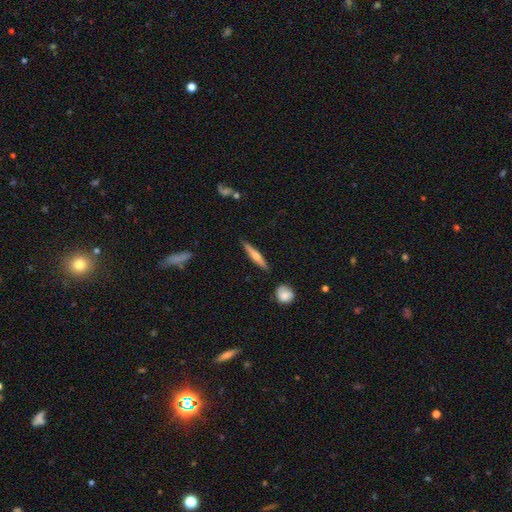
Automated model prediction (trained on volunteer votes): Smooth or featured: featured or disk — 53% (smooth — 41%)
Edge-on disk: yes — 96% (no — 4%)
Edge-on bulge: rounded — 85% (none — 10%)
Merging: none — 87% (minor disturbance — 9%)